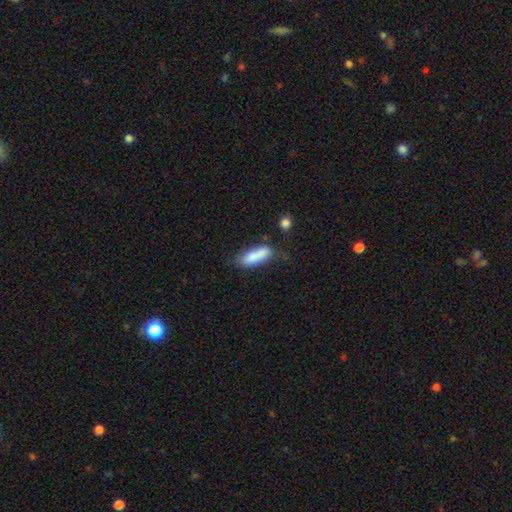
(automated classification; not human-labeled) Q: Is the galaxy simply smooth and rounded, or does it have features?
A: smooth — 83%.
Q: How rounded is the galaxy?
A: in between — 54%.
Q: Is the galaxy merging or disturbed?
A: none — 61%.